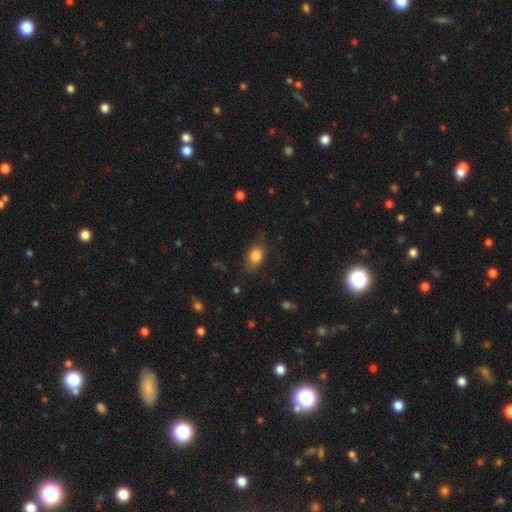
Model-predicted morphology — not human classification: smooth-or-featured: smooth: 81% | featured or disk: 10% | star or artifact: 8%
  how-rounded: in between: 83% | round: 15% | cigar-shaped: 3%
  merging: none: 71% | minor disturbance: 22% | major disturbance: 5% | merger: 1%